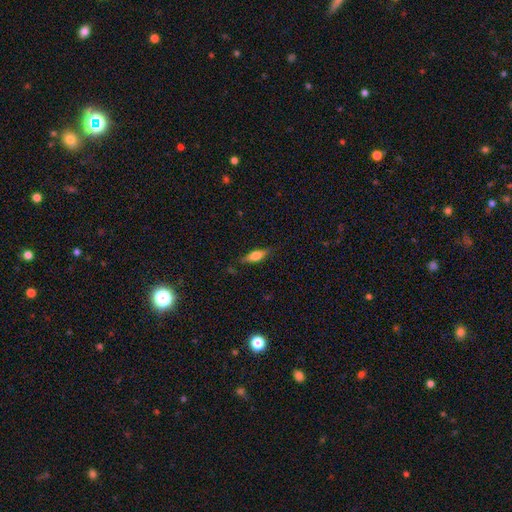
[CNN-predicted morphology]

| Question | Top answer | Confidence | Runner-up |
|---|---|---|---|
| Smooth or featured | smooth | 64% | featured or disk (29%) |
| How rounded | in between | 57% | cigar-shaped (40%) |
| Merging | none | 79% | minor disturbance (16%) |